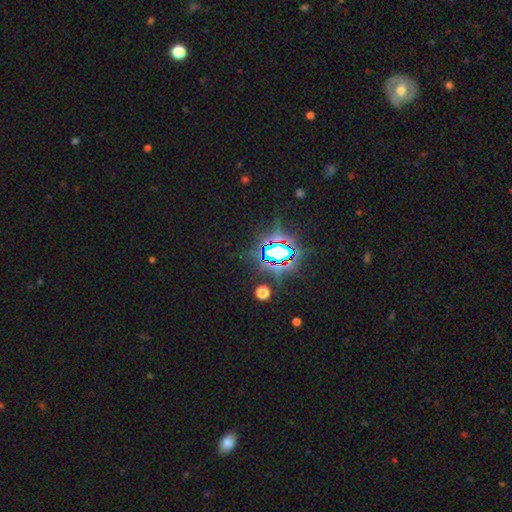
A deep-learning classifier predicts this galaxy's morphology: Smooth or featured? Predicted: star or artifact (p=0.81).